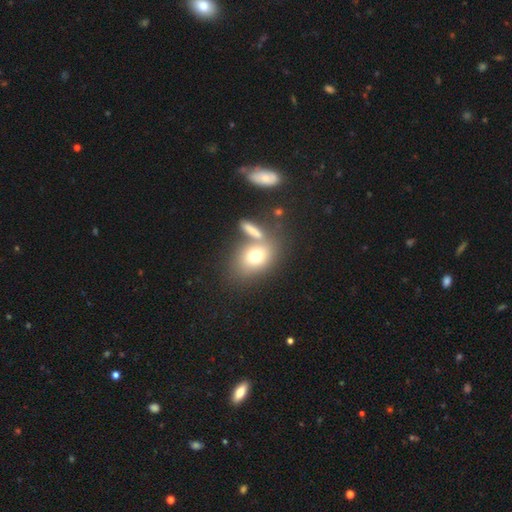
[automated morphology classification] Smooth or featured? smooth (72%)
How rounded? in between (60%)
Merging? none (53%)